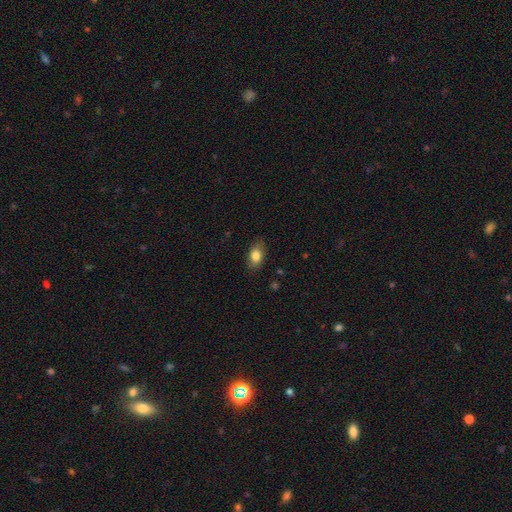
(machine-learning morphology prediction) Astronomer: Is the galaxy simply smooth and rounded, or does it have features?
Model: smooth — 82%.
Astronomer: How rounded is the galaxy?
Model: in between — 86%.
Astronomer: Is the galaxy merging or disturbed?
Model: none — 83%.